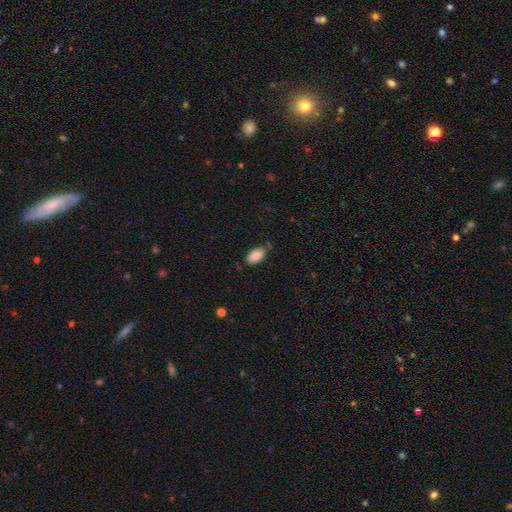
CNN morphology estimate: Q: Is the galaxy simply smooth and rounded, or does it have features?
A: smooth — 87%.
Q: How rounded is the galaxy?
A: in between — 95%.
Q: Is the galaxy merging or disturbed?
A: none — 76%.